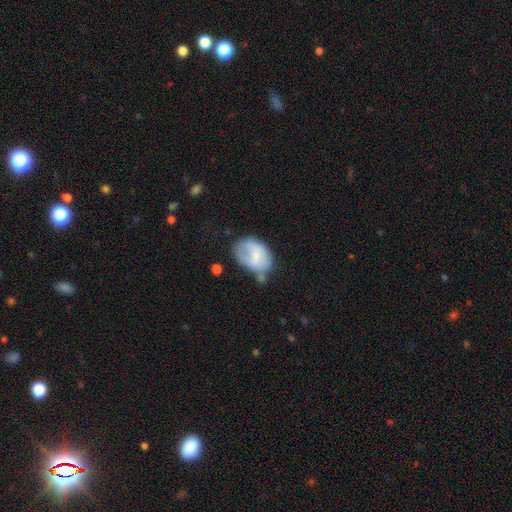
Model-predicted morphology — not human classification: Smooth or featured: smooth — 62% (featured or disk — 30%)
How rounded: in between — 82% (round — 17%)
Merging: minor disturbance — 36% (none — 34%)